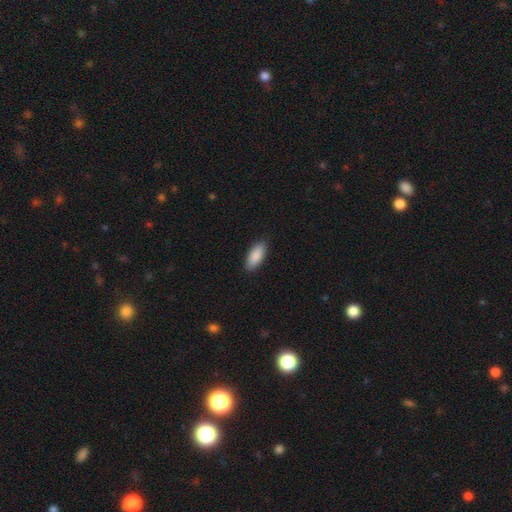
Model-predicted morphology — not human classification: This is clearly a smooth galaxy (89%). How rounded: clearly in between (83%). Merging: clearly none (88%).